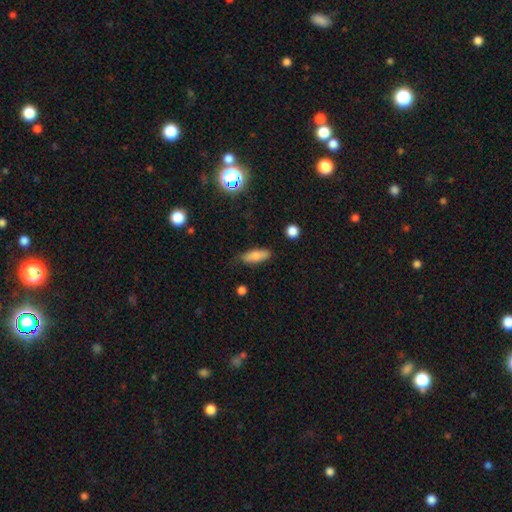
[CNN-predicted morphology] Smooth or featured? smooth (80%)
How rounded? in between (64%)
Merging? none (77%)